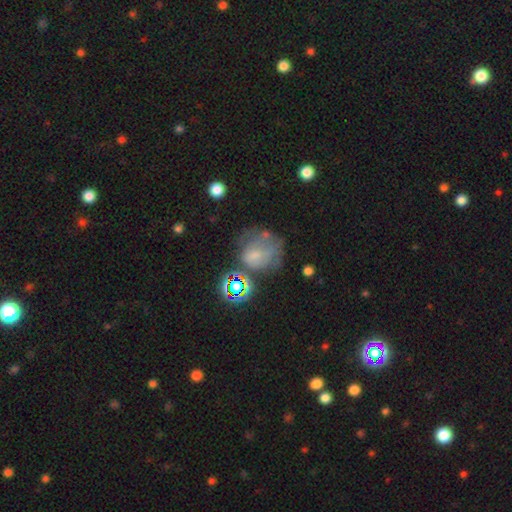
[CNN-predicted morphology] This is possibly a smooth galaxy (46%). Merging: marginally none (37%).